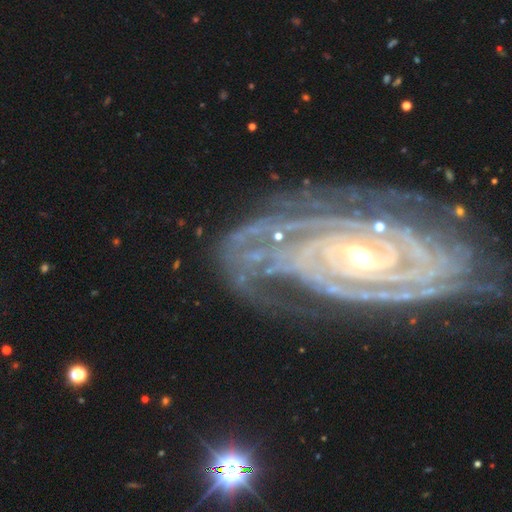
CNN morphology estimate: Q: Smooth or featured?
A: featured or disk (91%); runner-up: star or artifact (6%)
Q: Edge-on disk?
A: no (96%); runner-up: yes (4%)
Q: Bar?
A: no (48%); runner-up: weak (28%)
Q: Spiral arms?
A: yes (99%); runner-up: no (1%)
Q: Spiral winding?
A: tight (84%); runner-up: medium (14%)
Q: Spiral arm count?
A: 4 (19%); tied with: 3 (19%)
Q: Bulge size?
A: small (64%); runner-up: moderate (32%)
Q: Merging?
A: none (75%); runner-up: minor disturbance (17%)